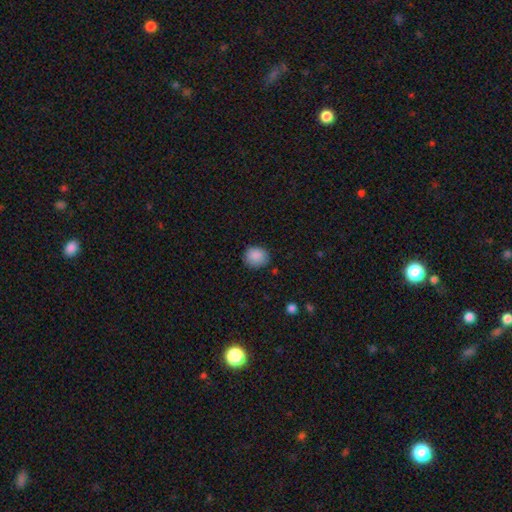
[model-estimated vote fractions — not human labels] smooth 88%, star or artifact 8%, featured or disk 4%. Down the decision tree: how rounded — round (72%); merging — none (83%).